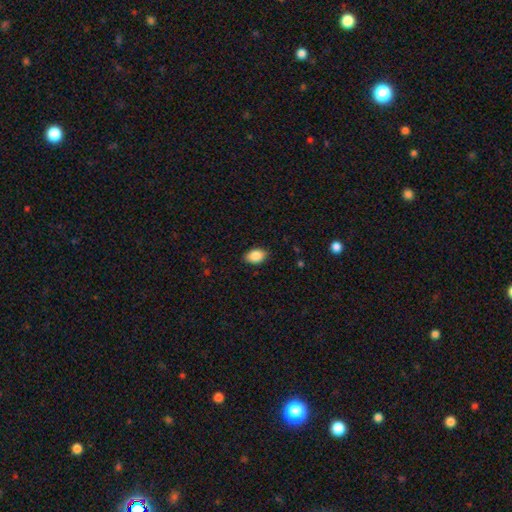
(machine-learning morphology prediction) smooth_or_featured: smooth (p=0.88) [alt: star or artifact p=0.07]
how_rounded: in between (p=0.88) [alt: round p=0.11]
merging: none (p=0.86) [alt: minor disturbance p=0.11]